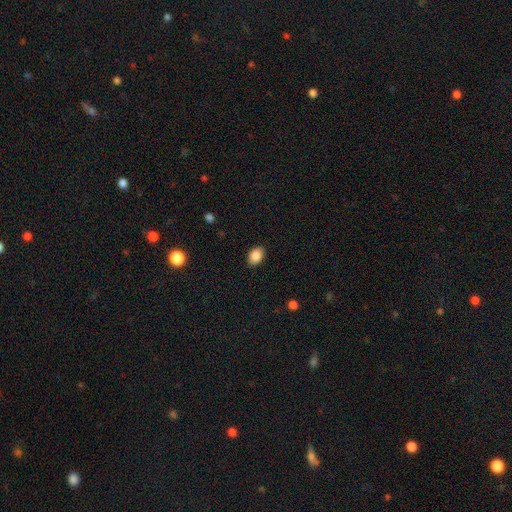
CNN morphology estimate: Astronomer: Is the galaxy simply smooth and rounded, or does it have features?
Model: smooth — 87%.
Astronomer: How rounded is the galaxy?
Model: in between — 81%.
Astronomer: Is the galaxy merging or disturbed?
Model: none — 88%.